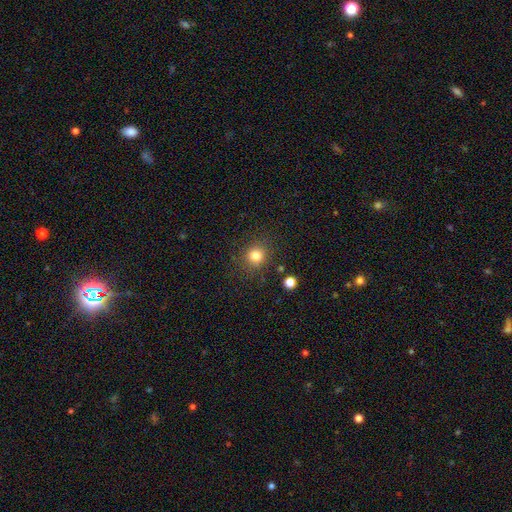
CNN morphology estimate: Smooth or featured? smooth (81%)
How rounded? round (86%)
Merging? none (85%)